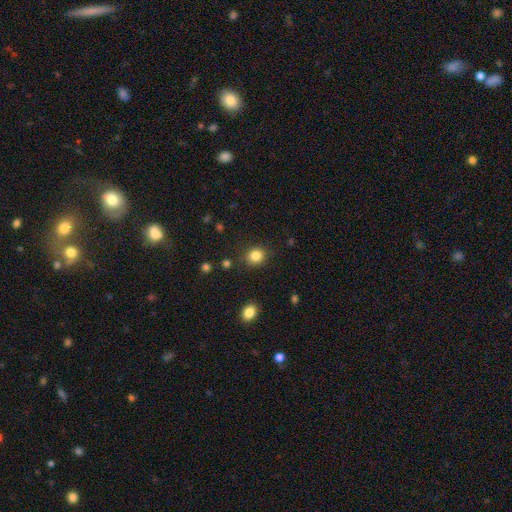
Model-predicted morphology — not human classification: type=smooth (85%); roundness=round (75%); merging=none (85%).